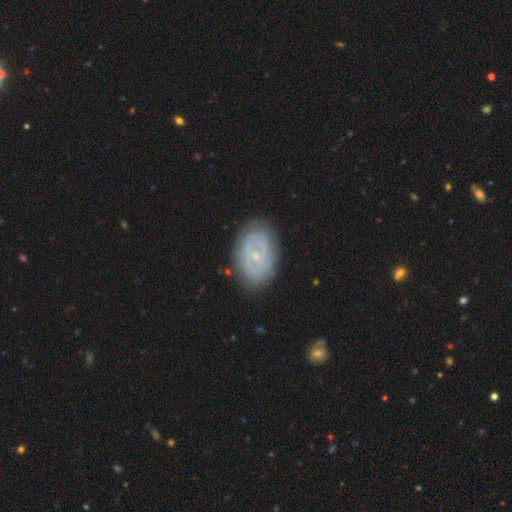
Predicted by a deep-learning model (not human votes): Smooth or featured? Predicted: featured or disk (p=0.71). Edge-on disk? Predicted: no (p=0.96). Bar? Predicted: no (p=0.49). Spiral arms? Predicted: yes (p=0.74). Bulge size? Predicted: small (p=0.78). Merging? Predicted: none (p=0.80).